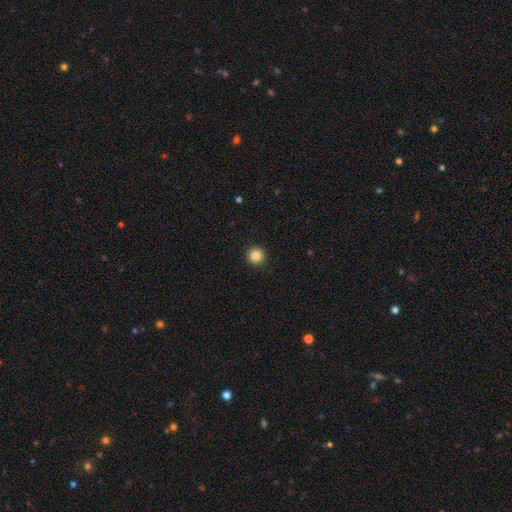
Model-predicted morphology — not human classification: The model was most divided on "smooth or featured": smooth: 85%, star or artifact: 11%, featured or disk: 4%. More confident: how rounded — round (95%); merging — none (93%).